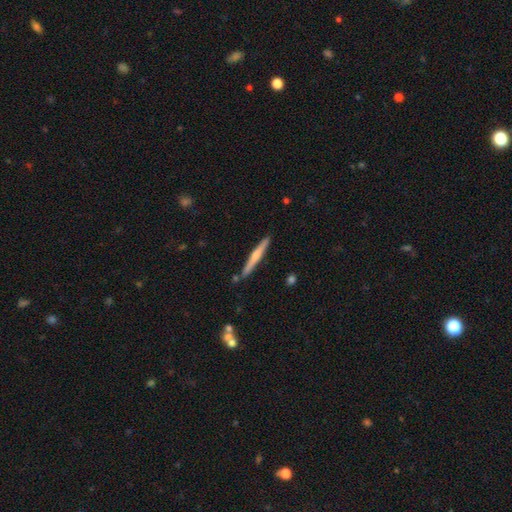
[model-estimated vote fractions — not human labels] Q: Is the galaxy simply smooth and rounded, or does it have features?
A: featured or disk — 50%.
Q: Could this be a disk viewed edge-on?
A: yes — 97%.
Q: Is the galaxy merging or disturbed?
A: none — 86%.